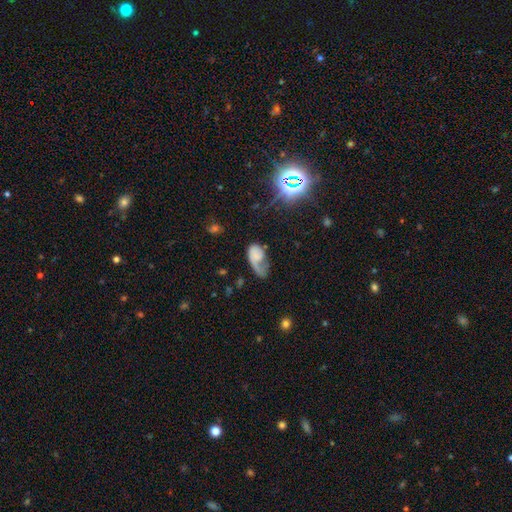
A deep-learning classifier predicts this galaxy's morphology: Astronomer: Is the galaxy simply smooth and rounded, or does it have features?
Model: smooth — 47% (runner-up: featured or disk, 42%).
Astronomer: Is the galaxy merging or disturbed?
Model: major disturbance — 48%.